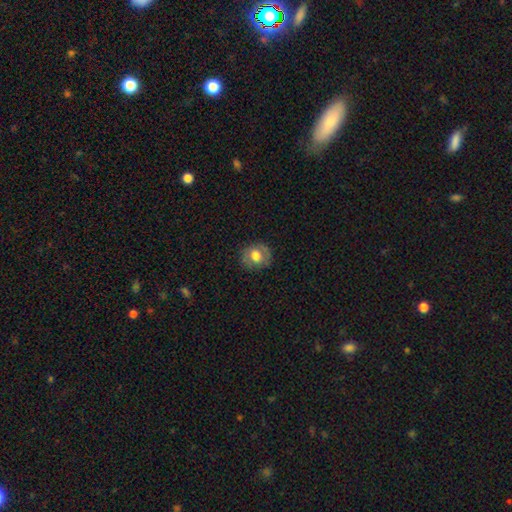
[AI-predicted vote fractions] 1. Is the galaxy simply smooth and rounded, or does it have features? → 68% smooth, 24% featured or disk, 9% star or artifact.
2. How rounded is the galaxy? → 70% round, 29% in between, 1% cigar-shaped.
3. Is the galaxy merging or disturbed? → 80% none, 14% minor disturbance, 4% major disturbance, 1% merger.